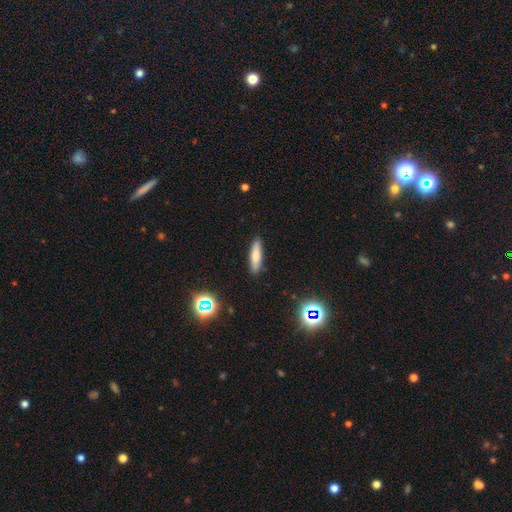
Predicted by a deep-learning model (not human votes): Morphology: type=smooth (73%); roundness=cigar-shaped (71%); merging=none (89%).